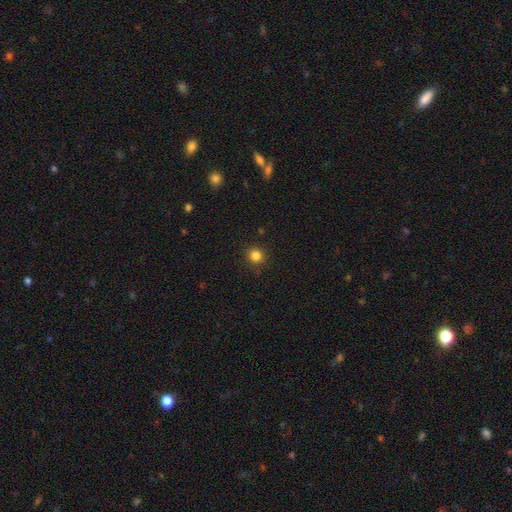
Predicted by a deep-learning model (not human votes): smooth 83%, star or artifact 13%, featured or disk 4%. Down the decision tree: how rounded — round (92%); merging — none (90%).